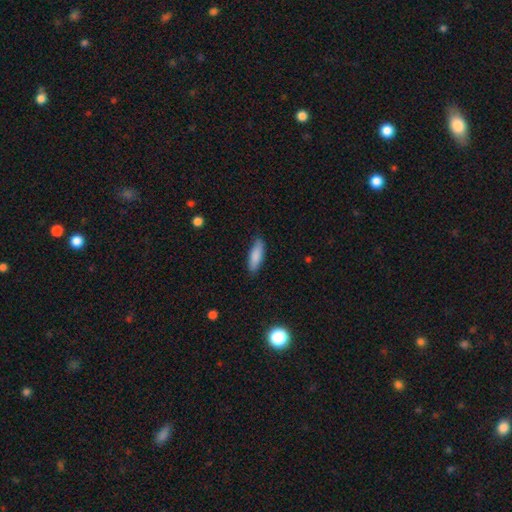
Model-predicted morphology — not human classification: type=smooth (86%); roundness=in between (50%); merging=none (85%).